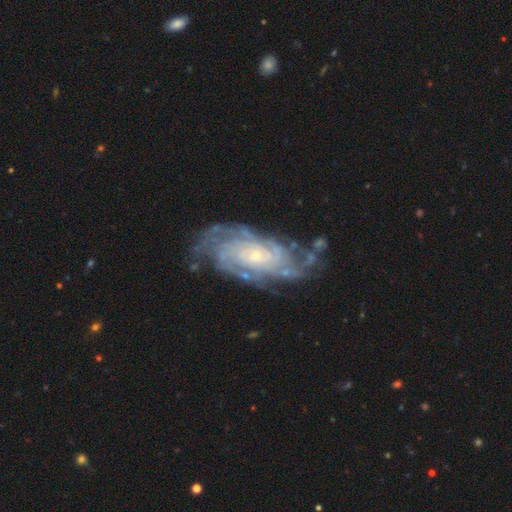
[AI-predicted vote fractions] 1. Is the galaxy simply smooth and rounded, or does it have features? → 89% featured or disk, 6% smooth, 5% star or artifact.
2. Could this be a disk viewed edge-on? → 95% no, 5% yes.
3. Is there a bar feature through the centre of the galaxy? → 73% no, 22% weak, 6% strong.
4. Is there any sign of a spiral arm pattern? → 97% yes, 3% no.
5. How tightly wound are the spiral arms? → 71% tight, 24% medium, 5% loose.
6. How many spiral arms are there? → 29% can't tell, 26% 4, 16% more than 4, 12% 3, 10% 2, 6% 1.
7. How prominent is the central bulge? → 77% small, 19% moderate, 2% none, 2% large, 1% dominant.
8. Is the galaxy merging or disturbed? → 74% none, 16% minor disturbance, 7% major disturbance, 2% merger.